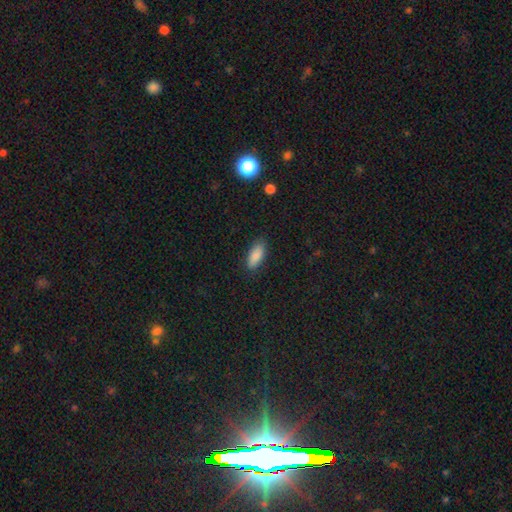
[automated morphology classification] This appears to be a smooth galaxy with no disk features (88%) that is in between round and cigar-shaped (83%). Merging: none (85%).